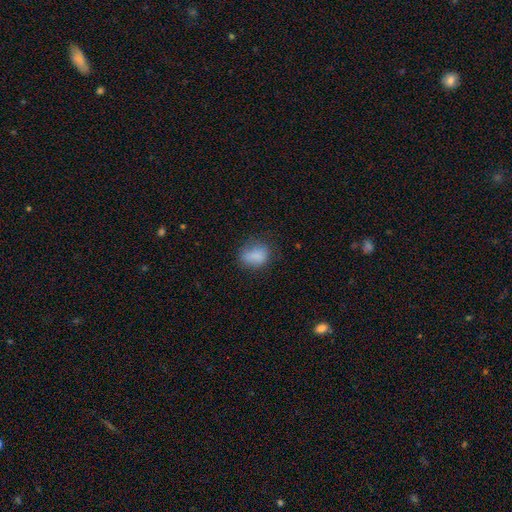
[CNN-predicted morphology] type=smooth (82%); roundness=in between (66%); merging=none (61%).